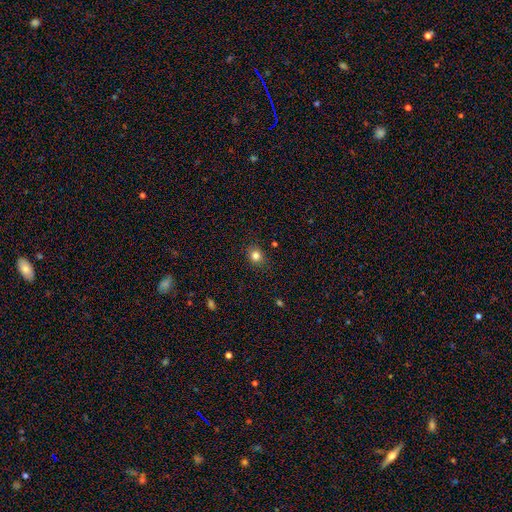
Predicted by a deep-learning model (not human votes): Smooth or featured? smooth (82%)
How rounded? round (70%)
Merging? none (86%)